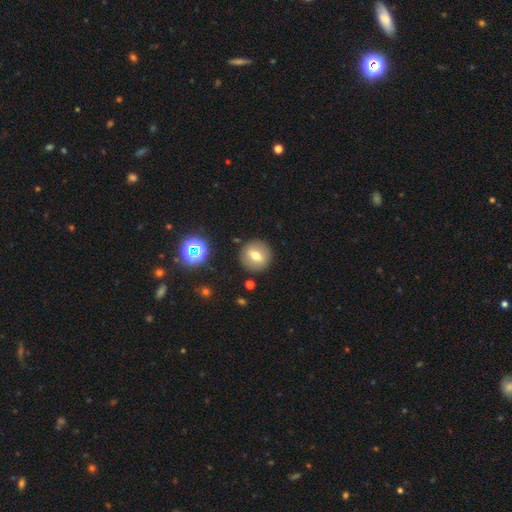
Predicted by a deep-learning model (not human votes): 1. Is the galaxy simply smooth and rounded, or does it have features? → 63% smooth, 24% featured or disk, 12% star or artifact.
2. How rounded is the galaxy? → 89% round, 10% in between, 1% cigar-shaped.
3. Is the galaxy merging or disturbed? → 87% none, 7% minor disturbance, 3% major disturbance, 3% merger.